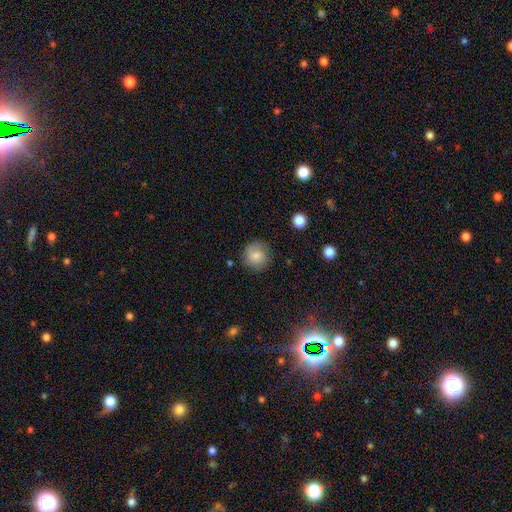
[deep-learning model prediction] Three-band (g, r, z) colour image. It shows a smooth galaxy with no disk features (77%) that is round (92%). Merging: none (82%).